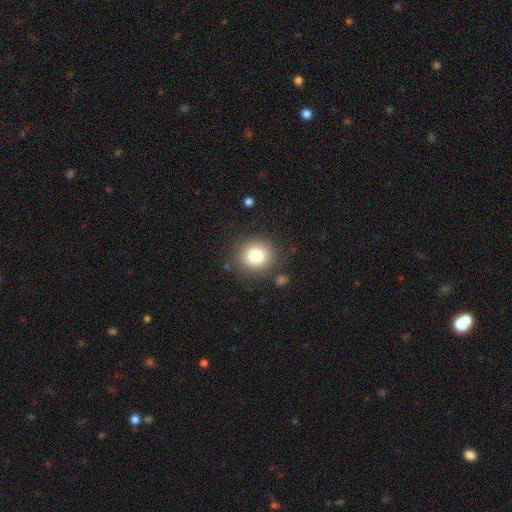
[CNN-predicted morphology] smooth 81%, star or artifact 11%, featured or disk 8%. Down the decision tree: how rounded — round (87%); merging — none (86%).